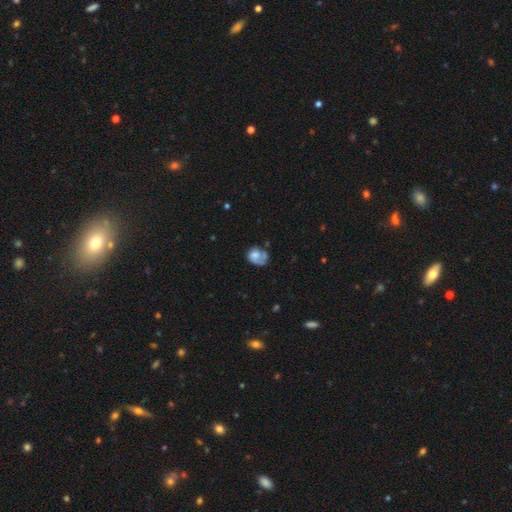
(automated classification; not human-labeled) This appears to be a smooth galaxy with no disk features (52%) that is in between round and cigar-shaped (52%). Merging: none (33%).